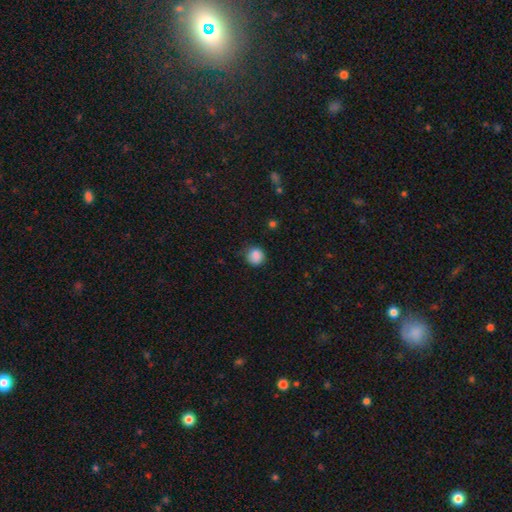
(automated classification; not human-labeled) smooth 87%, star or artifact 10%, featured or disk 3%. Down the decision tree: how rounded — round (87%); merging — none (78%).